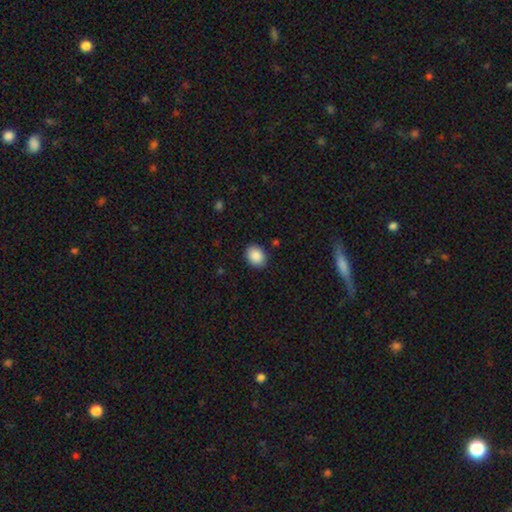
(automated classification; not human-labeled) The model was most divided on "how rounded": in between: 57%, round: 42%, cigar-shaped: 1%. More confident: smooth or featured — smooth (89%); merging — none (88%).